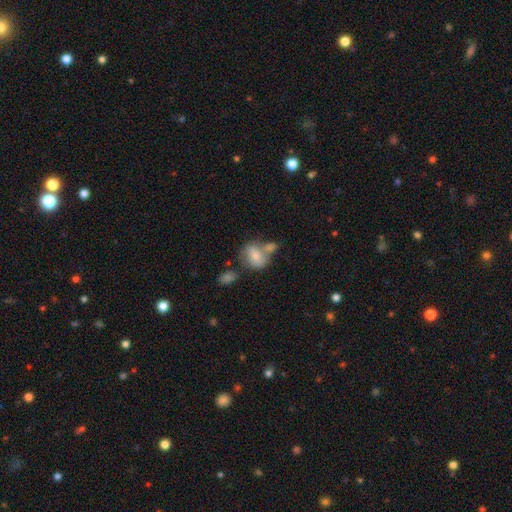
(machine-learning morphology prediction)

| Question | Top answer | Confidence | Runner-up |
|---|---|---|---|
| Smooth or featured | smooth | 68% | featured or disk (23%) |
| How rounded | in between | 53% | round (45%) |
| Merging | merger | 40% | none (37%) |